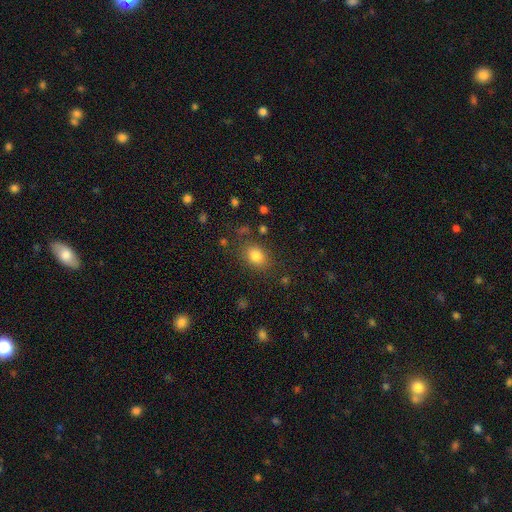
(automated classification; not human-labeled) Smooth or featured? Predicted: smooth (p=0.82). How rounded? Predicted: in between (p=0.65). Merging? Predicted: none (p=0.79).